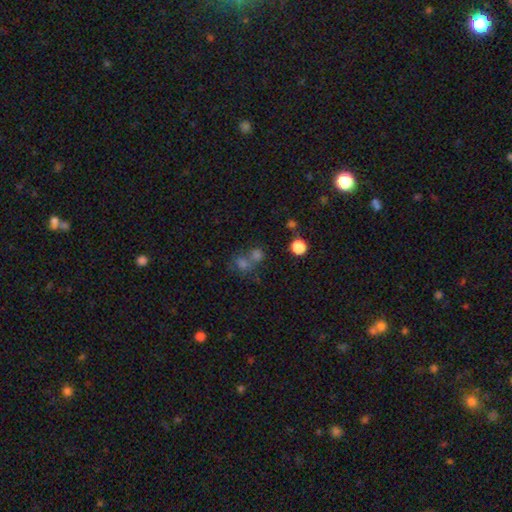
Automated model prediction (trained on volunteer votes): smooth 60%, star or artifact 29%, featured or disk 11%. Down the decision tree: how rounded — round (76%); merging — none (47%).